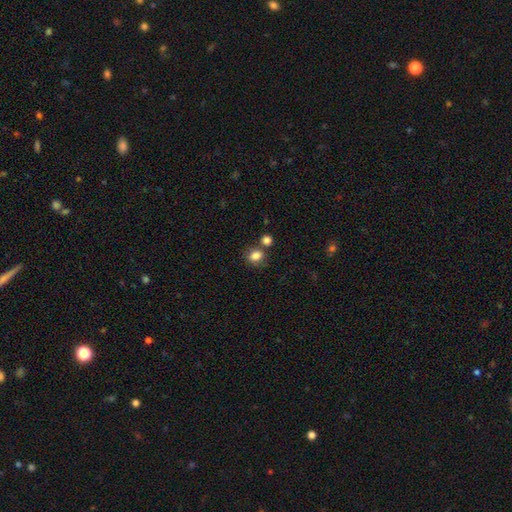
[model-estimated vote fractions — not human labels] smooth-or-featured: smooth: 84% | star or artifact: 11% | featured or disk: 6%
  how-rounded: round: 60% | in between: 39% | cigar-shaped: 1%
  merging: none: 64% | merger: 20% | minor disturbance: 12% | major disturbance: 4%